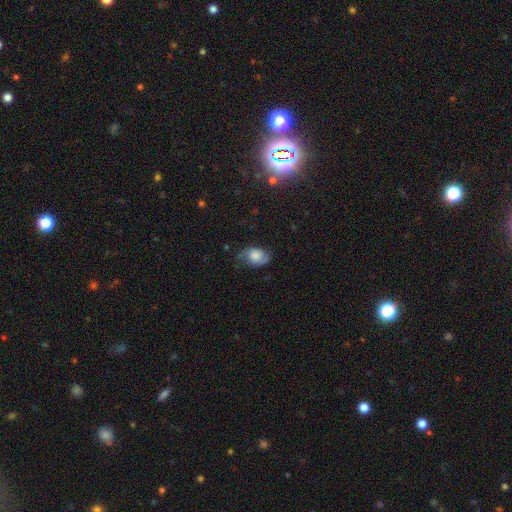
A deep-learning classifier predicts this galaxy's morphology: Smooth or featured? smooth (62%)
How rounded? in between (77%)
Merging? none (55%)